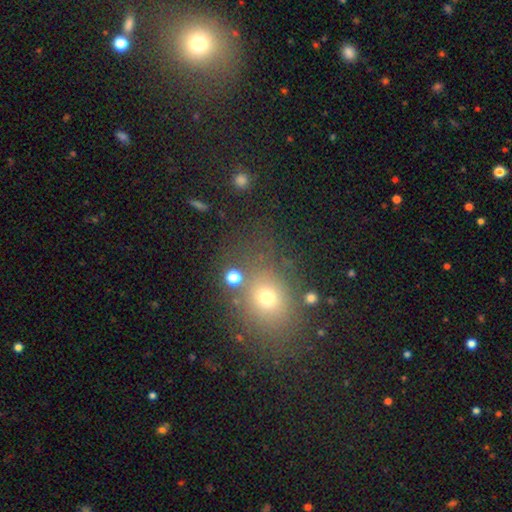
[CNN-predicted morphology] This is possibly a smooth galaxy (59%). How rounded: possibly round (50%). Merging: likely none (74%).